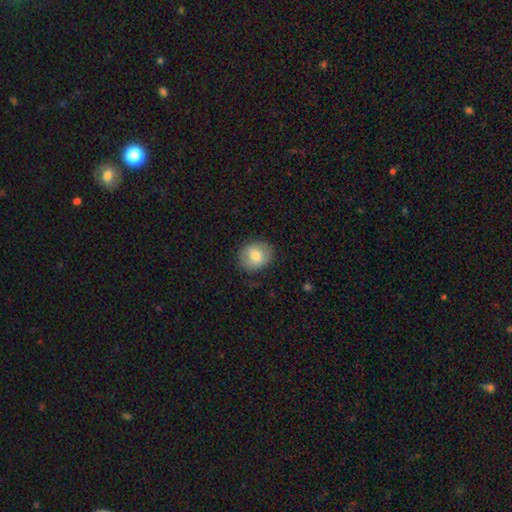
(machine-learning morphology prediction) Overall: smooth (72%). How rounded: round (69%; in between 30%). Merging: none (79%).